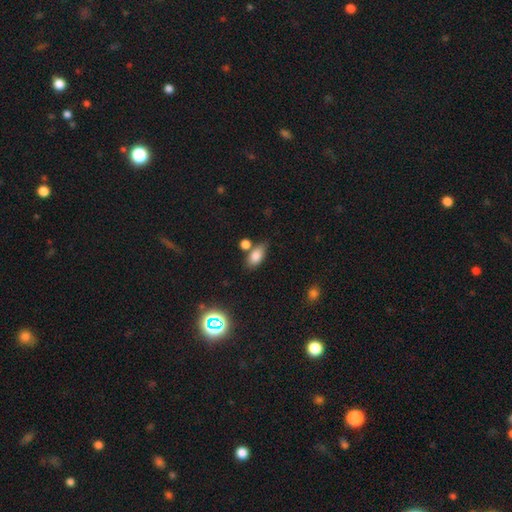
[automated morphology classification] smooth_or_featured: smooth (p=0.80) [alt: star or artifact p=0.11]
how_rounded: in between (p=0.87) [alt: round p=0.08]
merging: none (p=0.61) [alt: merger p=0.18]